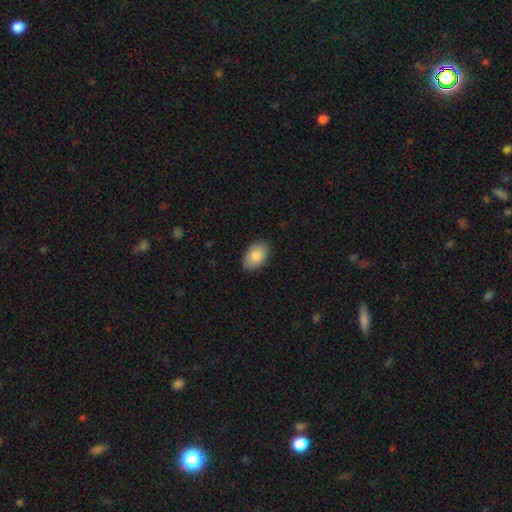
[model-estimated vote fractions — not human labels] smooth 86%, featured or disk 7%, star or artifact 7%. Down the decision tree: how rounded — in between (88%); merging — none (87%).